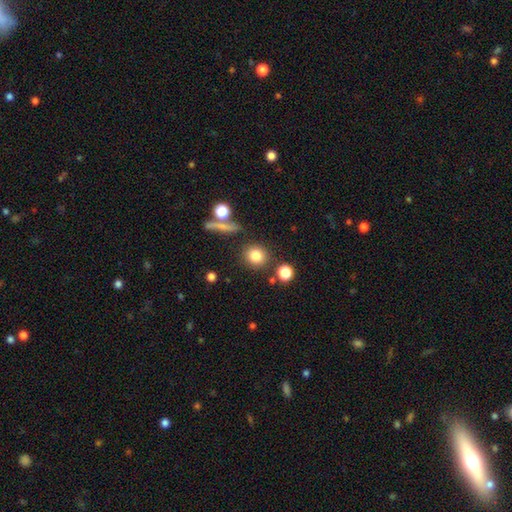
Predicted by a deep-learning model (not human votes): Overall: smooth (82%). How rounded: round (87%). Merging: none (82%).